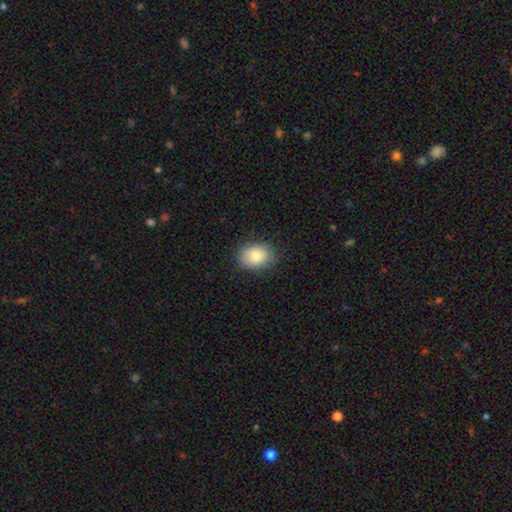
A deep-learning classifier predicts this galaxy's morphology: This appears to be a smooth galaxy with no disk features (80%) that is in between round and cigar-shaped (64%). Merging: none (84%).